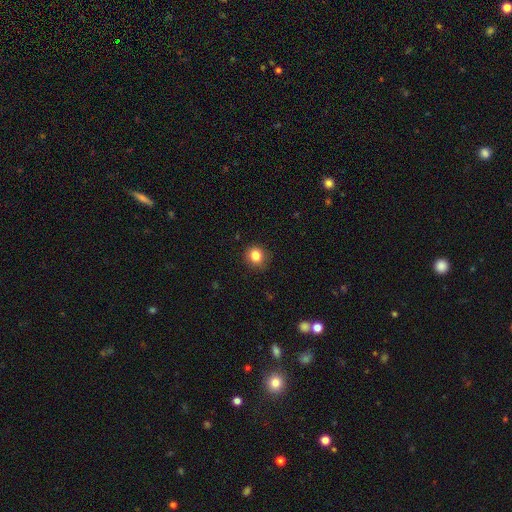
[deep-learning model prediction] This is clearly a smooth galaxy (84%). How rounded: clearly round (84%). Merging: clearly none (88%).